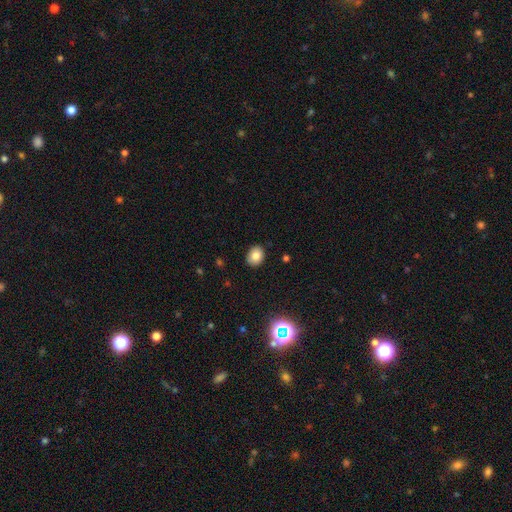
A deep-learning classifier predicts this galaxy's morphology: Smooth or featured: smooth — 82% (star or artifact — 11%)
How rounded: in between — 50% (round — 49%)
Merging: none — 88% (minor disturbance — 9%)